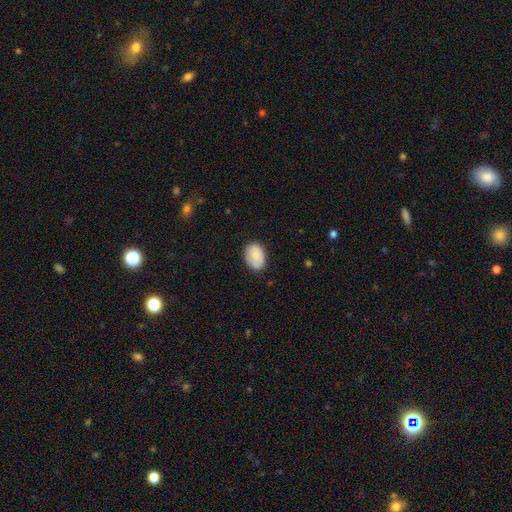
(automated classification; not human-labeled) A smooth galaxy with no disk features (85%) that is in between round and cigar-shaped (85%). Merging: none (81%).